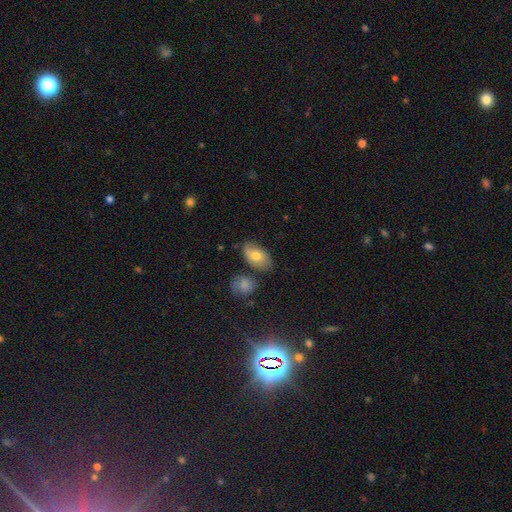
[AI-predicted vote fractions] smooth 72%, featured or disk 21%, star or artifact 7%. Down the decision tree: how rounded — in between (91%); merging — none (68%).